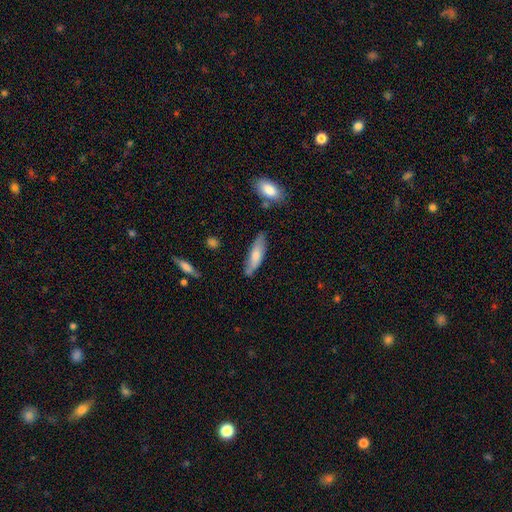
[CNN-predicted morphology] A smooth galaxy with no disk features (68%) that is cigar-shaped (58%).

Vote fractions:
- Smooth or featured? smooth: 68% / featured or disk: 26% / star or artifact: 6%
- How rounded? cigar-shaped: 58% / in between: 41% / round: 2%
- Merging? none: 66% / minor disturbance: 23% / merger: 6% / major disturbance: 5%